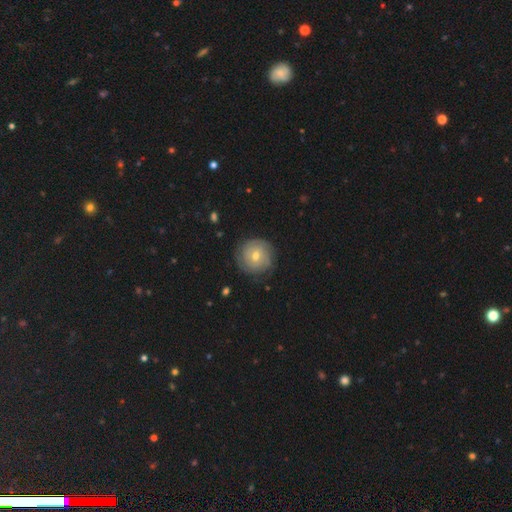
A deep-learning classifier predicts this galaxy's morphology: This is possibly a featured or disk galaxy (59%). It is clearly not viewed edge-on (97%). Bar: likely no (66%). Spiral arm pattern: clearly yes (83%). Central bulge: possibly moderate (53%). Merging: clearly none (84%).